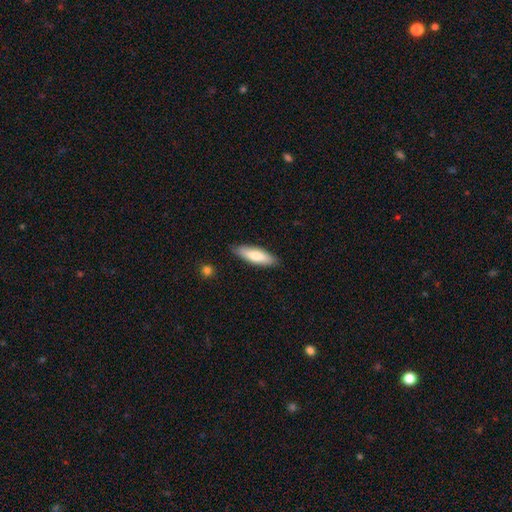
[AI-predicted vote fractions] A smooth galaxy with no disk features (73%) that is cigar-shaped (54%).

Vote fractions:
- Smooth or featured? smooth: 73% / featured or disk: 22% / star or artifact: 5%
- How rounded? cigar-shaped: 54% / in between: 44% / round: 2%
- Merging? none: 87% / minor disturbance: 10% / major disturbance: 2% / merger: 1%